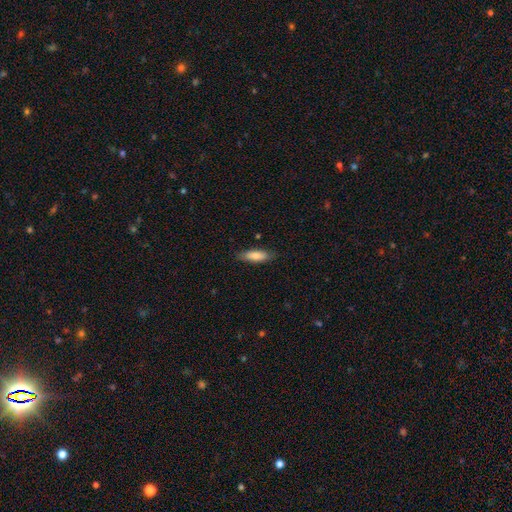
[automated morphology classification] Overall: smooth (79%). How rounded: in between (51%; cigar-shaped 48%). Merging: none (83%).